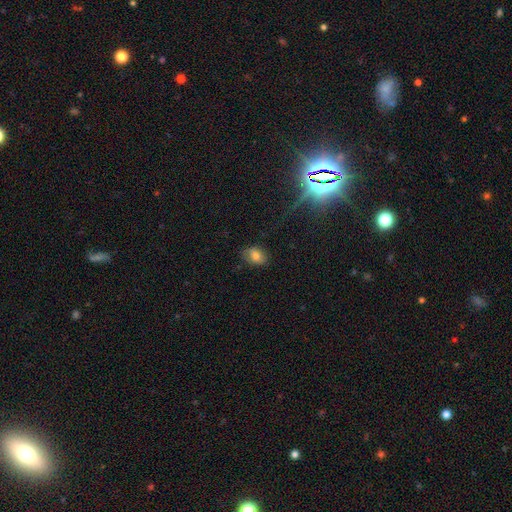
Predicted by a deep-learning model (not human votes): Morphology: type=smooth (76%); roundness=in between (78%); merging=none (78%).